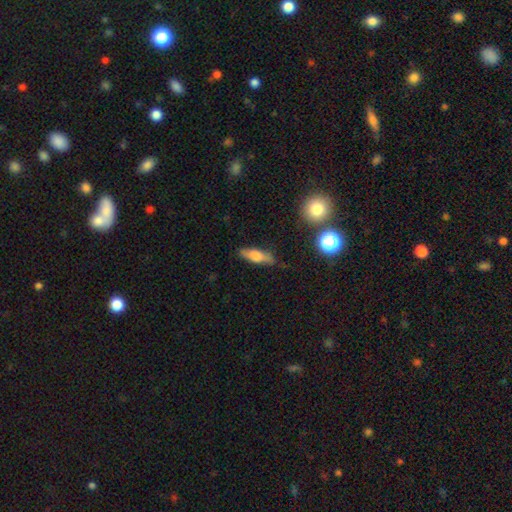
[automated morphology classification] type=smooth (60%); roundness=cigar-shaped (49%); merging=none (77%).